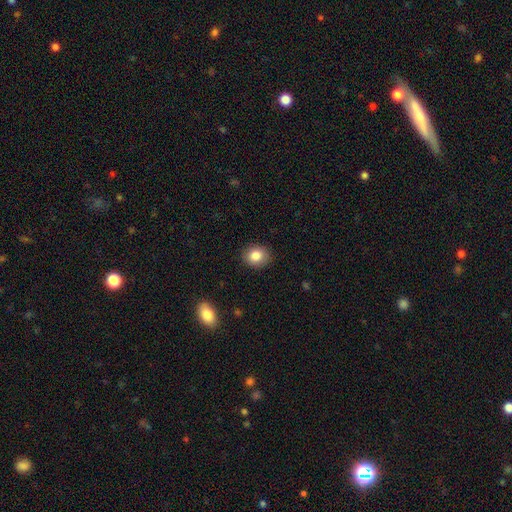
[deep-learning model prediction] Smooth or featured? smooth (85%)
How rounded? round (67%)
Merging? none (88%)